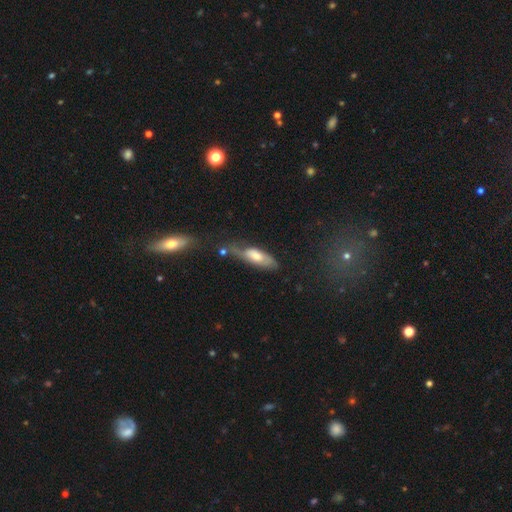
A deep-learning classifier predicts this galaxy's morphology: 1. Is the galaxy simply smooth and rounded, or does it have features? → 48% smooth, 45% featured or disk, 8% star or artifact.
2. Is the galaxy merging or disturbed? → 46% none, 30% minor disturbance, 15% major disturbance, 8% merger.